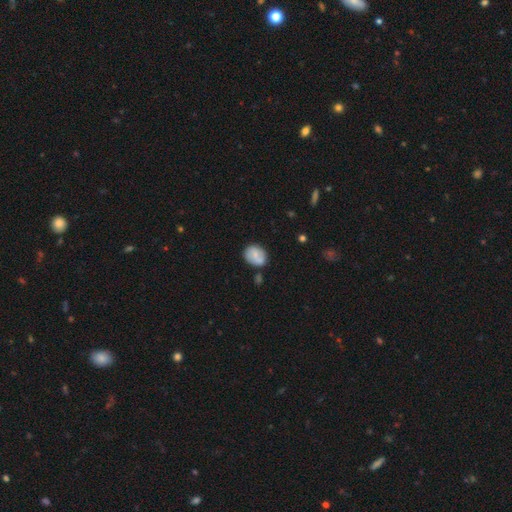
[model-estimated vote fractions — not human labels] Smooth or featured? Predicted: smooth (p=0.67). How rounded? Predicted: round (p=0.51). Merging? Predicted: none (p=0.66).